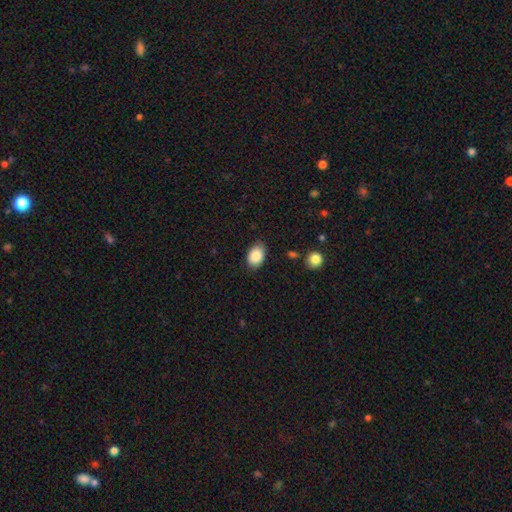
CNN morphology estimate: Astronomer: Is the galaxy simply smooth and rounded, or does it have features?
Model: smooth — 87%.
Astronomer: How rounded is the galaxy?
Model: in between — 82%.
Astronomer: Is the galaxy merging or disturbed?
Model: none — 78%.